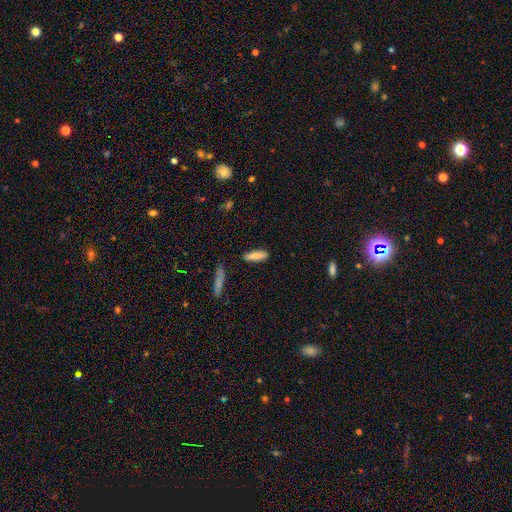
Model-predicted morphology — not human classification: Overall: smooth (84%). How rounded: cigar-shaped (59%; in between 39%). Merging: none (86%).